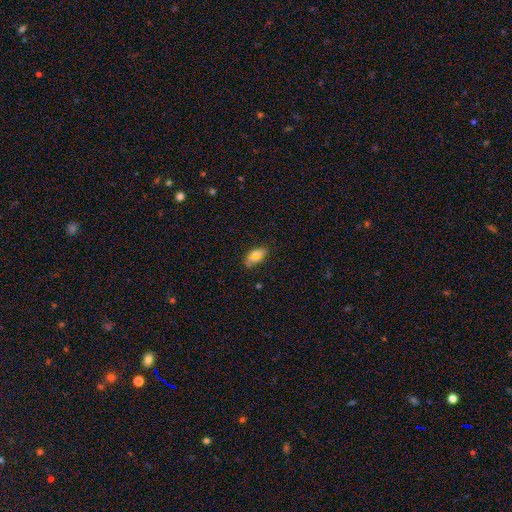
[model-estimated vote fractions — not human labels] This is likely a smooth galaxy (69%). How rounded: clearly in between (89%). Merging: likely none (73%).